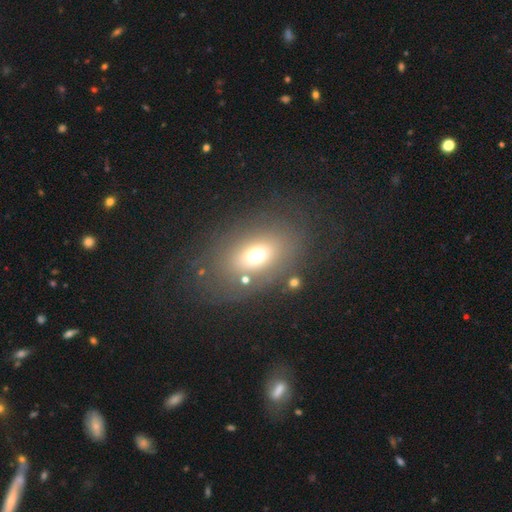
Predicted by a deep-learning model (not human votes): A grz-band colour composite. It shows a smooth galaxy with no disk features (61%) that is in between round and cigar-shaped (73%). Merging: none (70%).